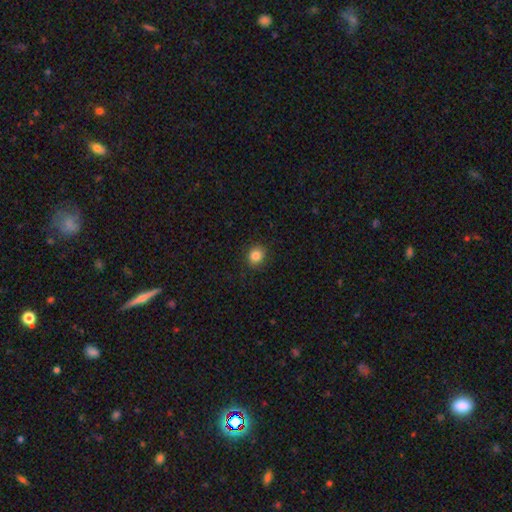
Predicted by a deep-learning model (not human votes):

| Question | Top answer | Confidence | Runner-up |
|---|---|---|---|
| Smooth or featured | smooth | 85% | star or artifact (10%) |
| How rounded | round | 80% | in between (19%) |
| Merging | none | 89% | minor disturbance (8%) |